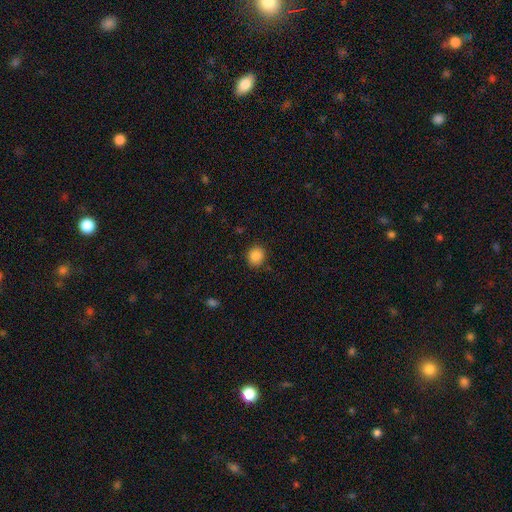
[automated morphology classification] A smooth galaxy with no disk features (85%) that is round (78%). Merging: none (87%).